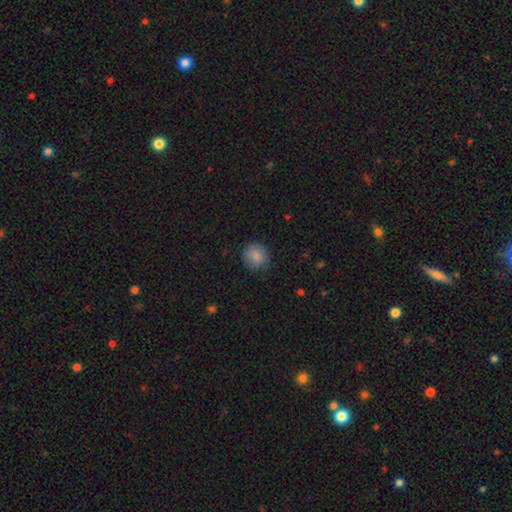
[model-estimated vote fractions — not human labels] A smooth galaxy with no disk features (85%) that is round (87%).

Vote fractions:
- Smooth or featured? smooth: 85% / star or artifact: 8% / featured or disk: 7%
- How rounded? round: 87% / in between: 12% / cigar-shaped: 1%
- Merging? none: 82% / minor disturbance: 13% / major disturbance: 4% / merger: 1%